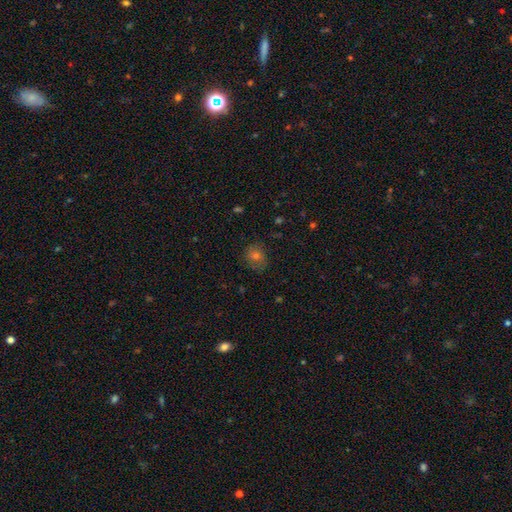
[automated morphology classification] A smooth galaxy with no disk features (60%) that is round (70%).

Vote fractions:
- Smooth or featured? smooth: 60% / star or artifact: 22% / featured or disk: 18%
- How rounded? round: 70% / in between: 29% / cigar-shaped: 1%
- Merging? none: 75% / minor disturbance: 17% / major disturbance: 6% / merger: 1%